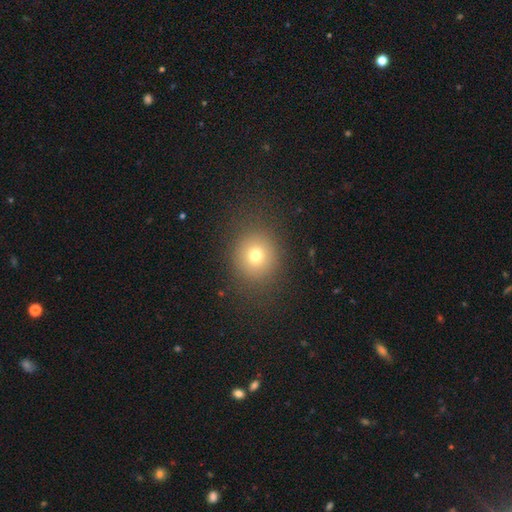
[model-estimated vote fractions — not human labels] Smooth or featured? smooth (72%)
How rounded? round (82%)
Merging? none (85%)